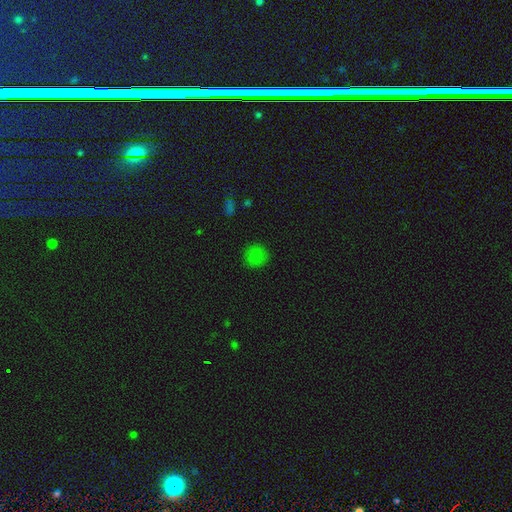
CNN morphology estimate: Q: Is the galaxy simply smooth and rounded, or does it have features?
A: smooth — 78%.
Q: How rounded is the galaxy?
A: round — 89%.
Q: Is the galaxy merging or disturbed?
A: none — 86%.